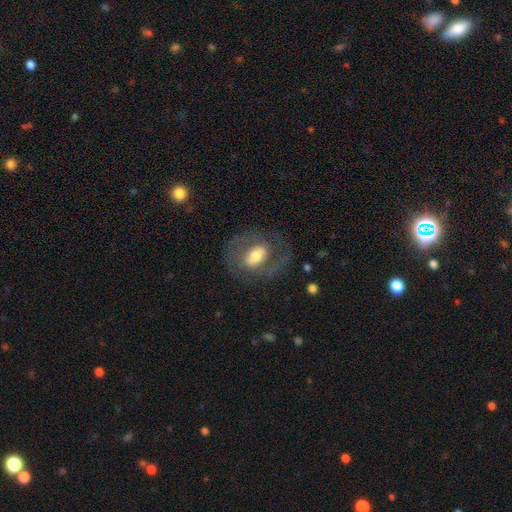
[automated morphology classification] The model was most divided on "bar": weak: 38%, no: 36%, strong: 27%. More confident: edge-on disk — no (94%); merging — none (65%); bulge size — moderate (60%); smooth or featured — featured or disk (59%); spiral arms — yes (55%).